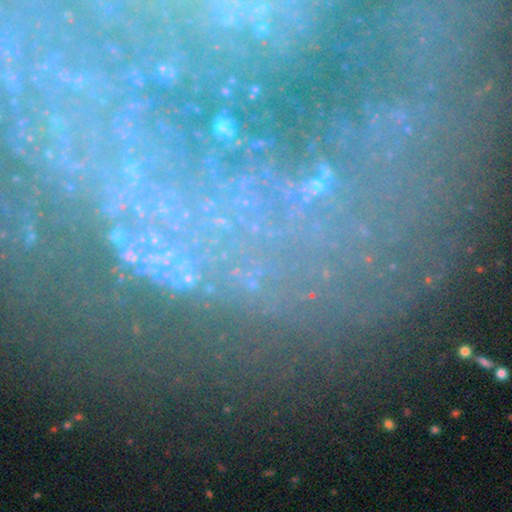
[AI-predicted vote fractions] Overall: star or artifact (53%; featured or disk 30%).